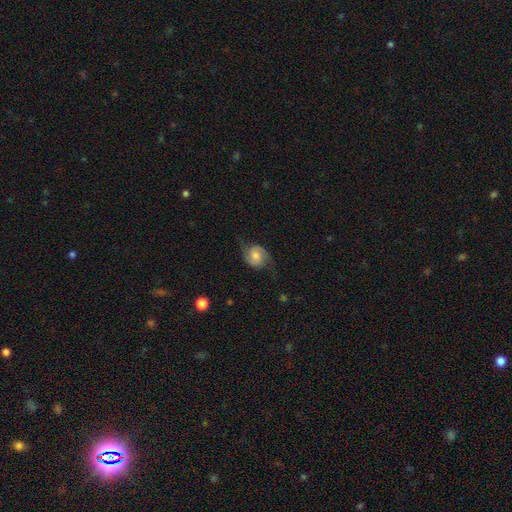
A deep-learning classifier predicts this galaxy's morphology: type=featured or disk (70%); edge-on=no (97%); bar=no (60%); spiral arms=yes (95%); winding=medium (48%); arm count=2 (91%); bulge=moderate (50%); merging=none (72%).